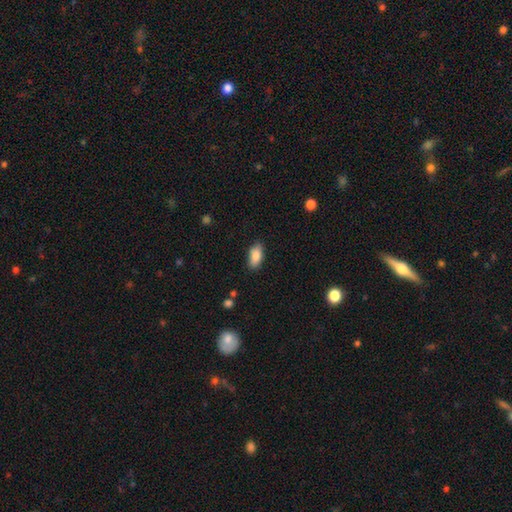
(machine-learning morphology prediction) A smooth galaxy with no disk features (86%) that is in between round and cigar-shaped (90%). Merging: none (83%).